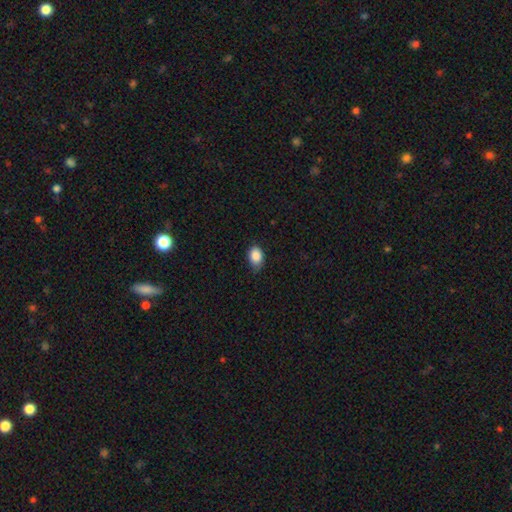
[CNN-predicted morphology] type=smooth (88%); roundness=in between (79%); merging=none (73%).